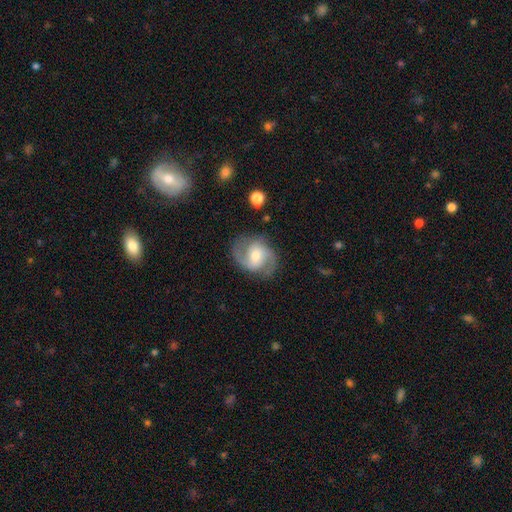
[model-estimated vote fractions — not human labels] Smooth or featured? featured or disk (80%)
Edge-on disk? no (98%)
Bar? weak (44%)
Spiral arms? yes (95%)
Spiral winding? medium (54%)
Spiral arm count? 2 (85%)
Bulge size? moderate (54%)
Merging? none (75%)